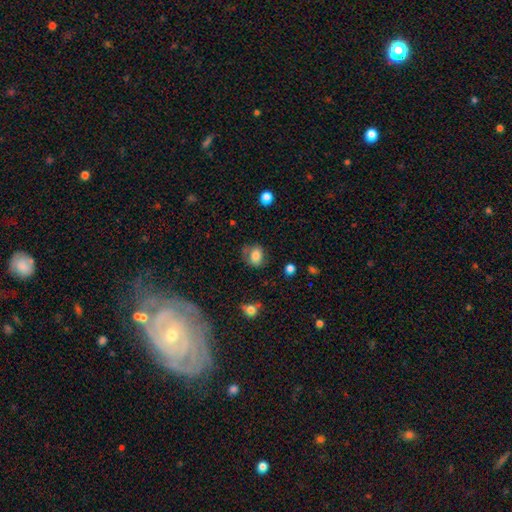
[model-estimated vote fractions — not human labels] Q: Smooth or featured?
A: smooth (77%); runner-up: featured or disk (13%)
Q: How rounded?
A: in between (53%); runner-up: round (46%)
Q: Merging?
A: none (60%); runner-up: minor disturbance (24%)